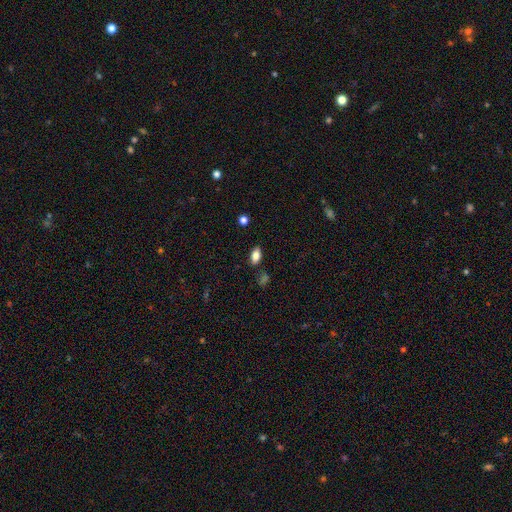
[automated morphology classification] Overall: smooth (83%). How rounded: in between (91%). Merging: none (83%).